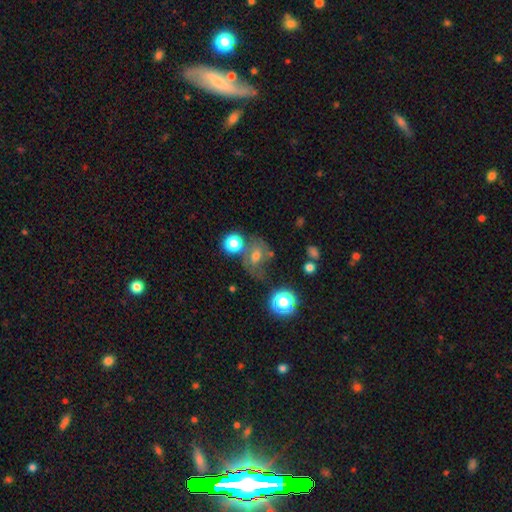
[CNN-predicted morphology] Smooth or featured?
  - smooth: 44% *
  - featured or disk: 35%
  - star or artifact: 21%
Merging?
  - none: 48% *
  - minor disturbance: 20%
  - merger: 18%
  - major disturbance: 14%